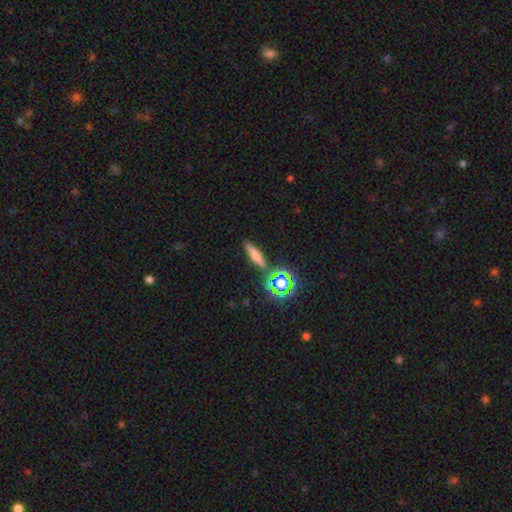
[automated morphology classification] smooth_or_featured: smooth (p=0.54) [alt: featured or disk p=0.26]
how_rounded: cigar-shaped (p=0.70) [alt: in between p=0.22]
merging: none (p=0.80) [alt: minor disturbance p=0.11]